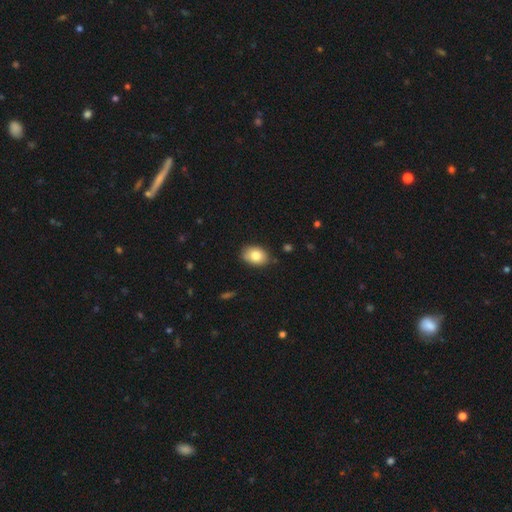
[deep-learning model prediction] Overall: smooth (81%). How rounded: in between (79%). Merging: none (85%).